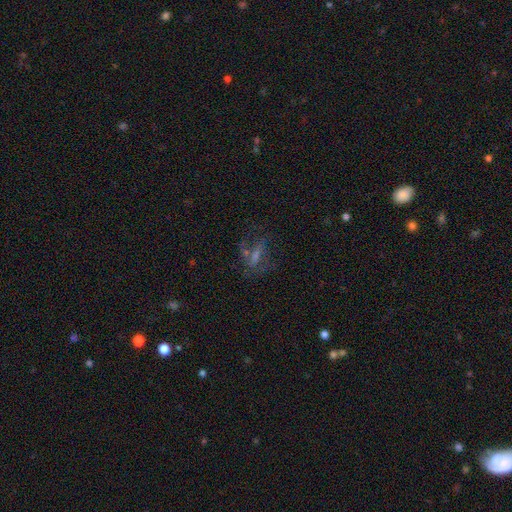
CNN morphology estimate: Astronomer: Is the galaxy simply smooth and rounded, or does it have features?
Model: featured or disk — 42% (runner-up: star or artifact, 29%).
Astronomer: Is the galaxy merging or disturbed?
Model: none — 54%.